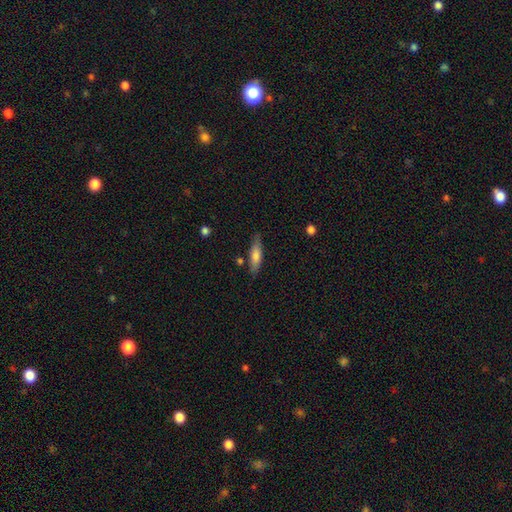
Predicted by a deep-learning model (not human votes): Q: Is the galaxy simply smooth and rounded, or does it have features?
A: smooth — 69%.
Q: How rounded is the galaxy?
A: cigar-shaped — 67%.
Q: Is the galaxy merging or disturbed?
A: none — 79%.